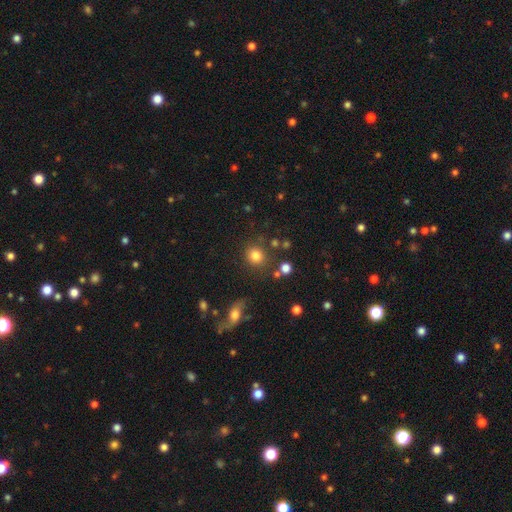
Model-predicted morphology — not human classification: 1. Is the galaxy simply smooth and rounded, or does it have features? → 81% smooth, 12% star or artifact, 7% featured or disk.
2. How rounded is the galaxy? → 88% round, 11% in between, 1% cigar-shaped.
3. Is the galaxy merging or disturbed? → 78% none, 11% minor disturbance, 6% merger, 5% major disturbance.